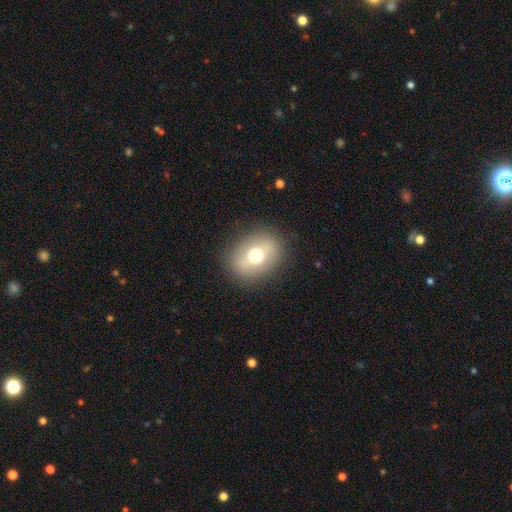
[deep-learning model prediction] smooth-or-featured: smooth: 62% | featured or disk: 30% | star or artifact: 9%
  how-rounded: in between: 56% | round: 42% | cigar-shaped: 1%
  merging: none: 85% | minor disturbance: 10% | major disturbance: 4% | merger: 1%